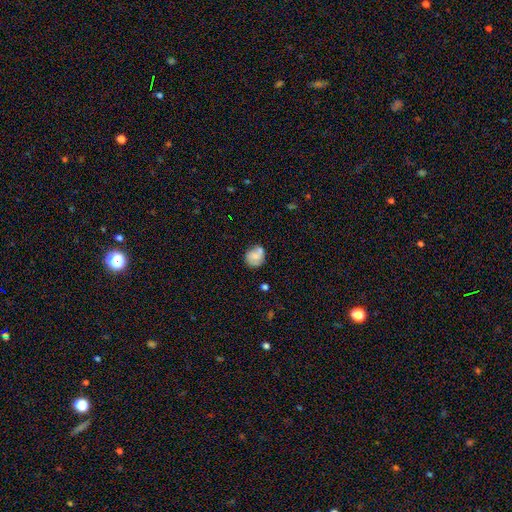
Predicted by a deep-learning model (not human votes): Smooth or featured? smooth (55%)
How rounded? round (74%)
Merging? none (58%)